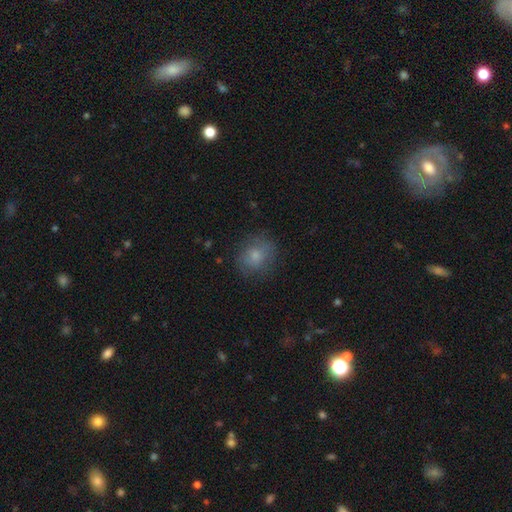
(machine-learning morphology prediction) smooth-or-featured: smooth: 73% | featured or disk: 17% | star or artifact: 10%
  how-rounded: round: 68% | in between: 30% | cigar-shaped: 1%
  merging: none: 74% | minor disturbance: 17% | major disturbance: 7% | merger: 1%